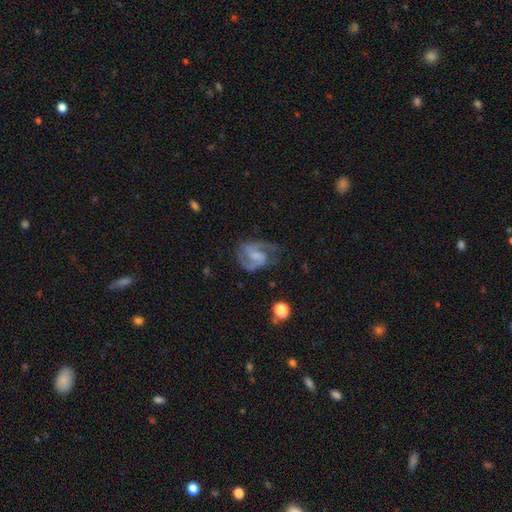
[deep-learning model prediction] Smooth or featured?
  - featured or disk: 82% *
  - smooth: 12%
  - star or artifact: 7%
Edge-on disk?
  - no: 98% *
  - yes: 2%
Bar?
  - weak: 46% *
  - no: 36%
  - strong: 18%
Spiral arms?
  - yes: 95% *
  - no: 5%
Spiral winding?
  - medium: 55% *
  - loose: 25%
  - tight: 20%
Spiral arm count?
  - 2: 85% *
  - can't tell: 5%
  - 1: 4%
  - 3: 4%
  - 4: 1%
  - more than 4: 1%
Bulge size?
  - none: 47% *
  - small: 24%
  - moderate: 19%
  - large: 8%
  - dominant: 2%
Merging?
  - none: 62% *
  - minor disturbance: 20%
  - major disturbance: 16%
  - merger: 2%